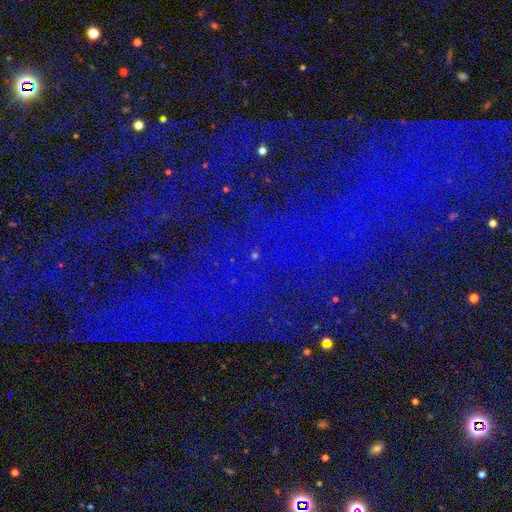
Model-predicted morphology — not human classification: This appears to be a star or artifact, not a galaxy (83%).